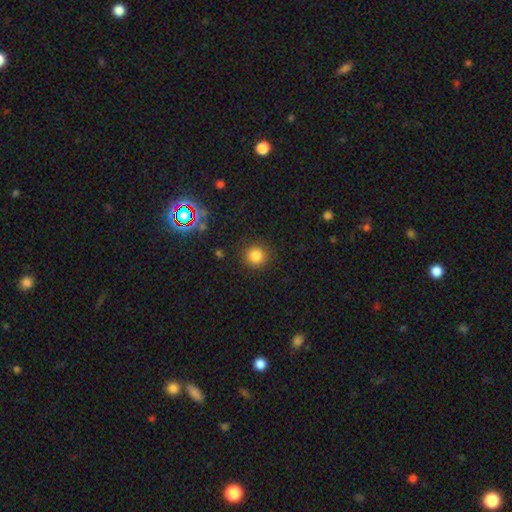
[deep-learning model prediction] Q: Smooth or featured?
A: smooth (83%); runner-up: star or artifact (13%)
Q: How rounded?
A: round (92%); runner-up: in between (7%)
Q: Merging?
A: none (89%); runner-up: minor disturbance (7%)